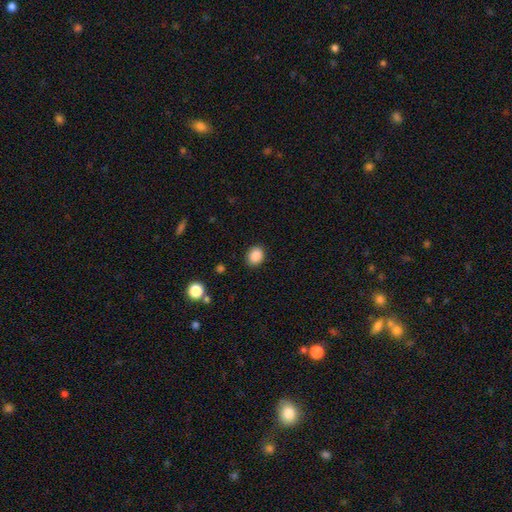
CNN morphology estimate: This appears to be a smooth galaxy with no disk features (87%) that is round (57%). Merging: none (89%).